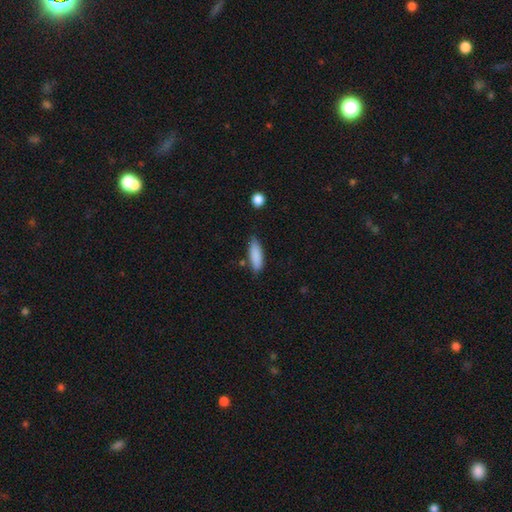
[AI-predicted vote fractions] Q: Smooth or featured?
A: smooth (87%); runner-up: featured or disk (7%)
Q: How rounded?
A: in between (53%); runner-up: cigar-shaped (45%)
Q: Merging?
A: none (75%); runner-up: minor disturbance (18%)